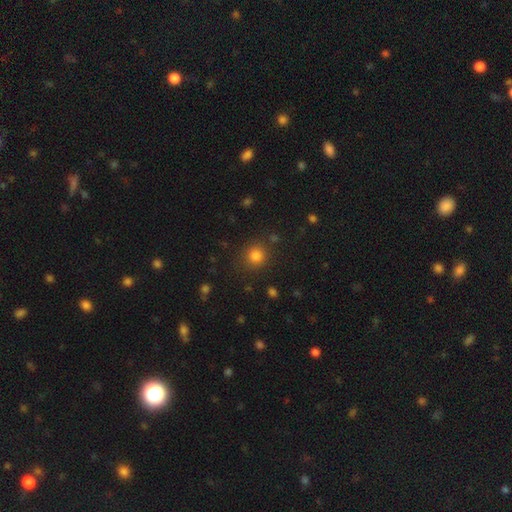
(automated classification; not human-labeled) A smooth galaxy with no disk features (82%) that is round (89%).

Vote fractions:
- Smooth or featured? smooth: 82% / star or artifact: 13% / featured or disk: 5%
- How rounded? round: 89% / in between: 10% / cigar-shaped: 1%
- Merging? none: 85% / minor disturbance: 8% / major disturbance: 4% / merger: 3%